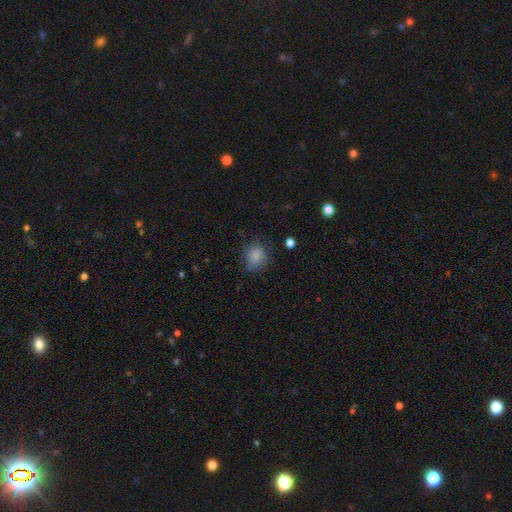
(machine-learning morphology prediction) A smooth galaxy with no disk features (84%) that is round (71%). Merging: none (69%).